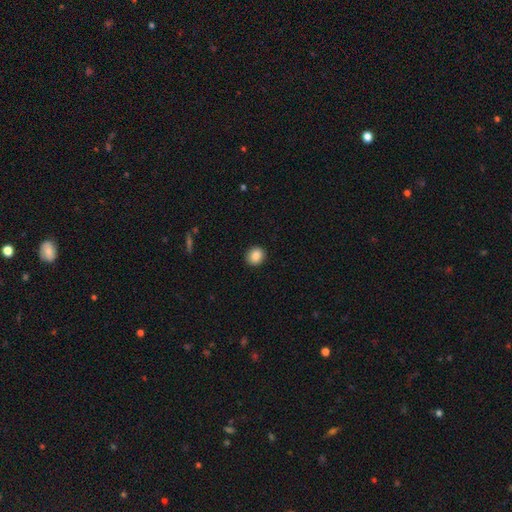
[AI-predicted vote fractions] Smooth or featured?
  - smooth: 88% *
  - star or artifact: 9%
  - featured or disk: 3%
How rounded?
  - round: 77% *
  - in between: 23%
  - cigar-shaped: 1%
Merging?
  - none: 90% *
  - minor disturbance: 7%
  - major disturbance: 2%
  - merger: 1%